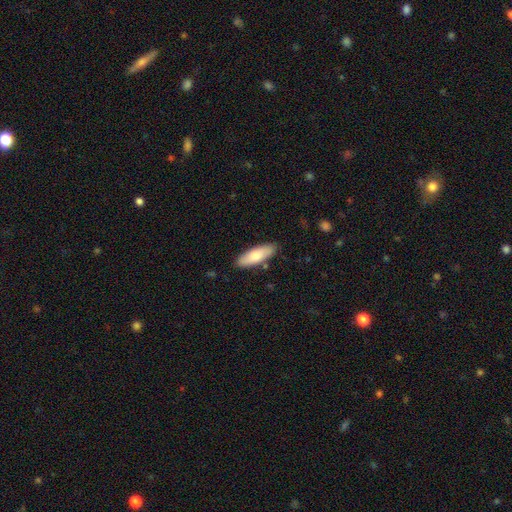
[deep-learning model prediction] Smooth or featured? Predicted: smooth (p=0.77). How rounded? Predicted: in between (p=0.61). Merging? Predicted: none (p=0.85).